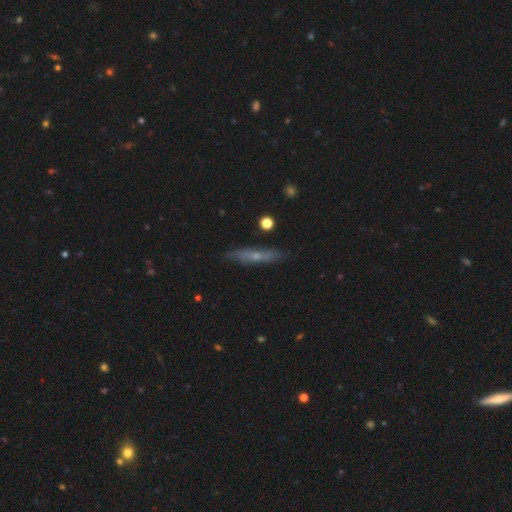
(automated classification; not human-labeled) This appears to be a featured or disk galaxy (53%) viewed edge-on (79%). Merging: none (83%).